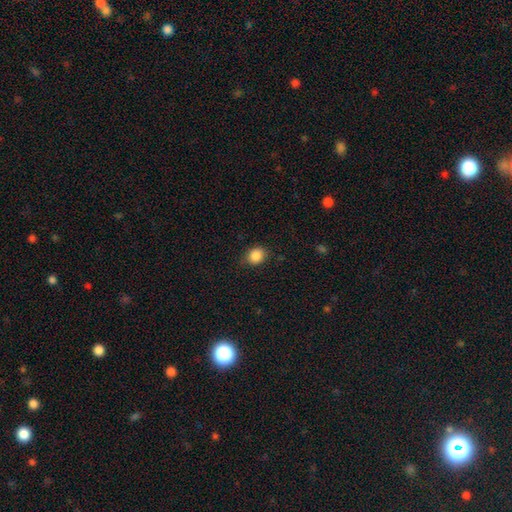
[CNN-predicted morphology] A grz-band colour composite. It shows a smooth galaxy with no disk features (86%) that is round (65%). Merging: none (78%).